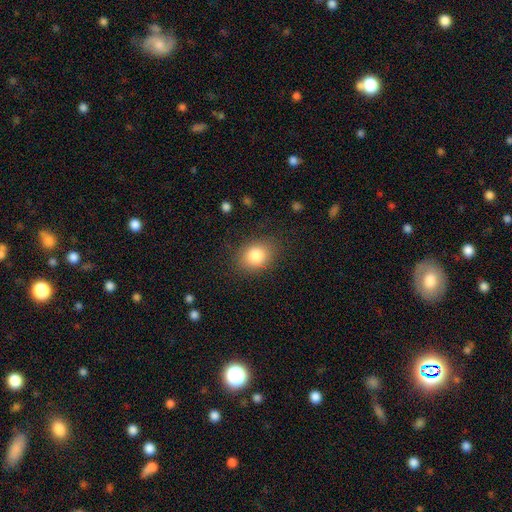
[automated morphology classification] Smooth or featured: smooth — 83% (star or artifact — 9%)
How rounded: in between — 55% (round — 44%)
Merging: none — 83% (minor disturbance — 12%)